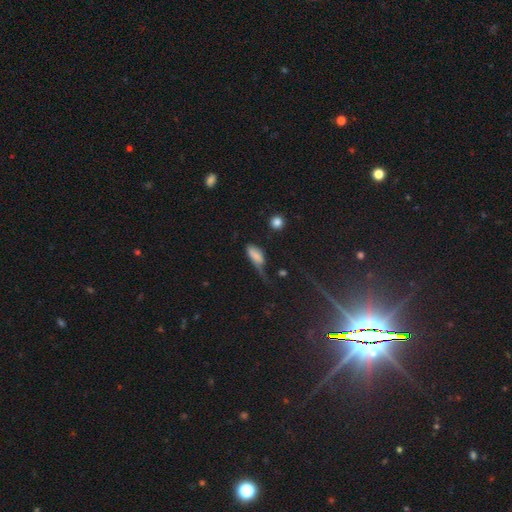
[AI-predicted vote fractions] smooth 73%, featured or disk 17%, star or artifact 10%. Down the decision tree: how rounded — in between (81%); merging — major disturbance (42%).